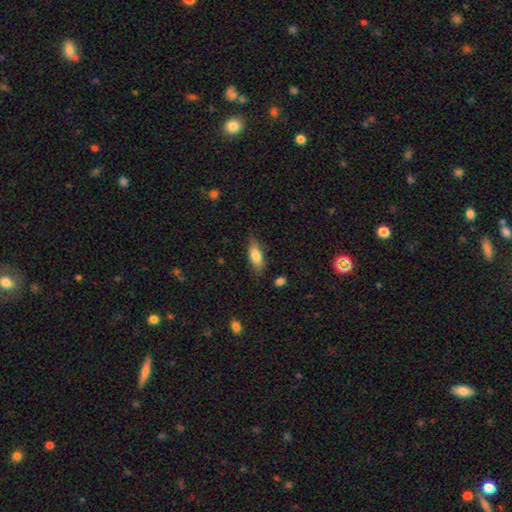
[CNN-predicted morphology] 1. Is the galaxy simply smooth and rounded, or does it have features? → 76% smooth, 17% featured or disk, 7% star or artifact.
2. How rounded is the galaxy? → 70% in between, 28% cigar-shaped, 3% round.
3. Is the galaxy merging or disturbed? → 78% none, 17% minor disturbance, 4% major disturbance, 2% merger.